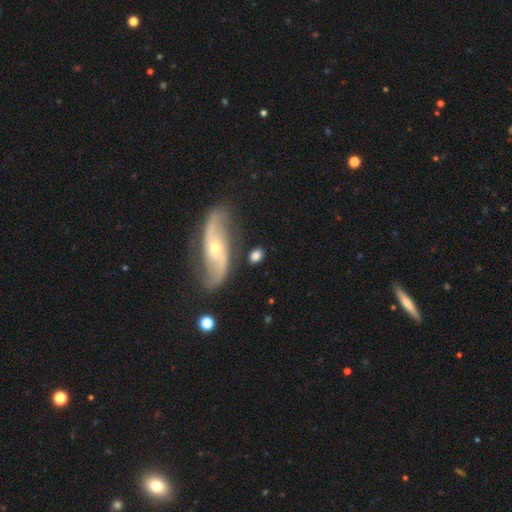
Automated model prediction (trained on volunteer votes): Morphology: type=smooth (56%); roundness=in between (71%); merging=none (71%).